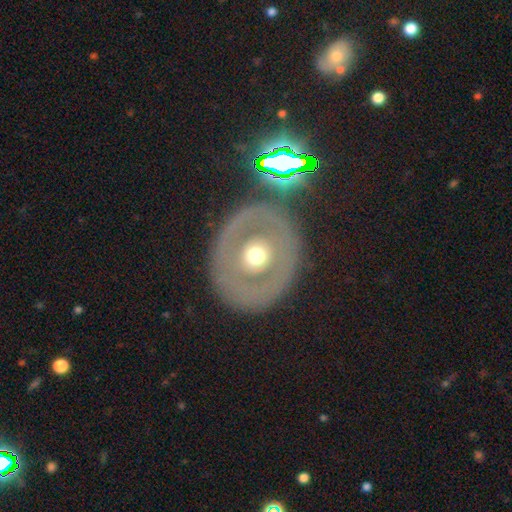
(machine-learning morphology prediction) The model was most divided on "smooth or featured": featured or disk: 61%, smooth: 33%, star or artifact: 6%. More confident: edge-on disk — no (94%); bar — no (83%); spiral arms — no (78%); merging — none (75%); bulge size — moderate (70%).